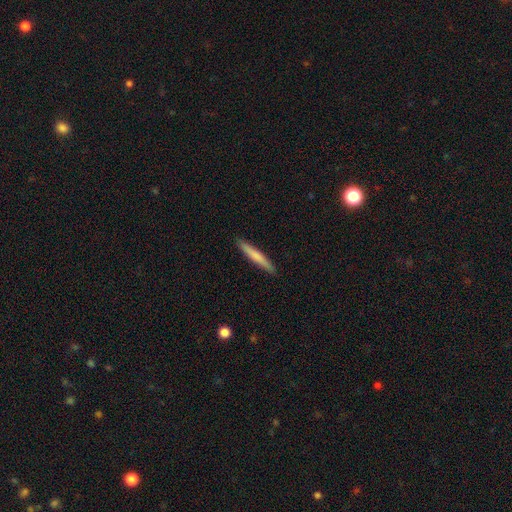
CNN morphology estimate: This appears to be a smooth galaxy with no disk features (70%) that is cigar-shaped (95%). Merging: none (91%).